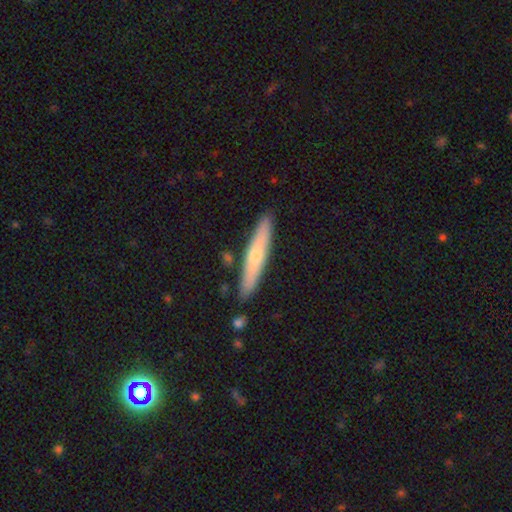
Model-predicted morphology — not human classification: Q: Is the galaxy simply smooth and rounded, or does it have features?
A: smooth — 54%.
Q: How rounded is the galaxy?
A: cigar-shaped — 91%.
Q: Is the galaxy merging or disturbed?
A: none — 87%.